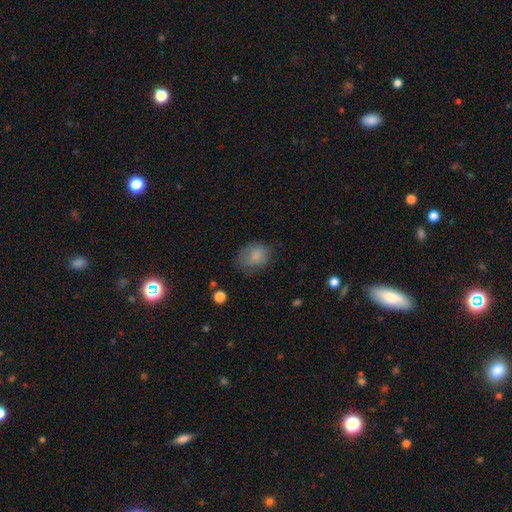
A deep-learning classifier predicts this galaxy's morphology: Q: Smooth or featured?
A: smooth (80%); runner-up: featured or disk (11%)
Q: How rounded?
A: in between (62%); runner-up: round (37%)
Q: Merging?
A: none (61%); runner-up: minor disturbance (26%)